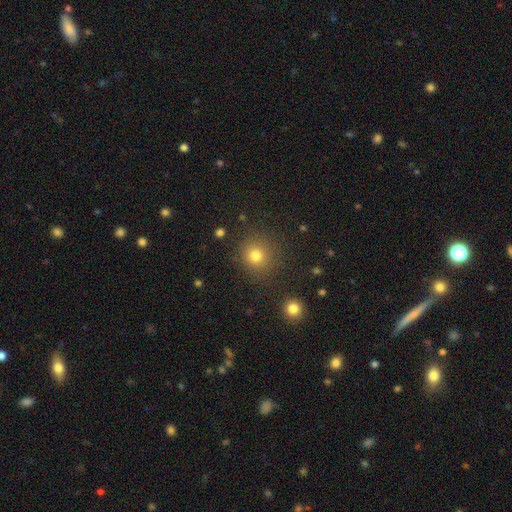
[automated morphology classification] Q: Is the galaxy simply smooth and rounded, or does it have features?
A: smooth — 79%.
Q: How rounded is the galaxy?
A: round — 90%.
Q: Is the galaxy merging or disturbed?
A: none — 87%.